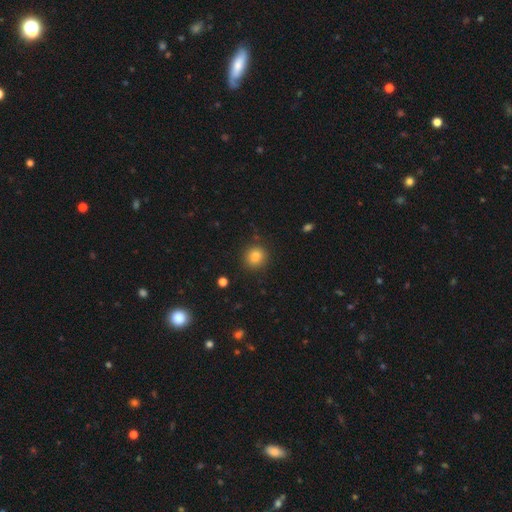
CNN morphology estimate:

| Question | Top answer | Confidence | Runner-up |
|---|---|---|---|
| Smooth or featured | smooth | 83% | star or artifact (11%) |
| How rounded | round | 89% | in between (10%) |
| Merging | none | 88% | minor disturbance (8%) |